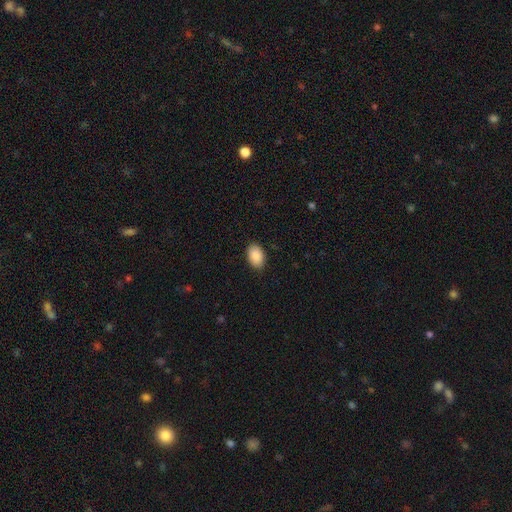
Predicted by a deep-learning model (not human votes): Smooth or featured?
  - smooth: 90% *
  - star or artifact: 6%
  - featured or disk: 4%
How rounded?
  - in between: 90% *
  - round: 9%
  - cigar-shaped: 1%
Merging?
  - none: 88% *
  - minor disturbance: 9%
  - major disturbance: 2%
  - merger: 1%